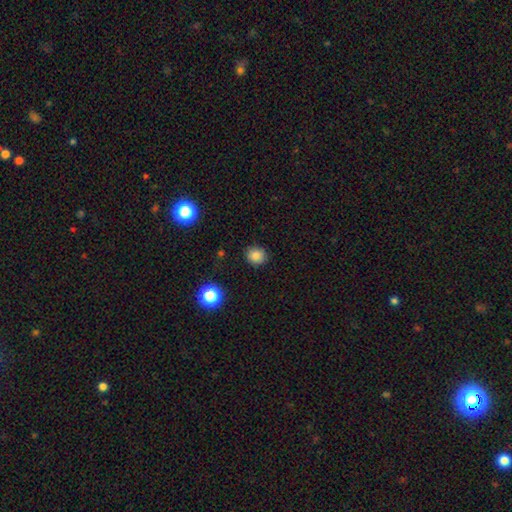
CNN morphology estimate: This appears to be a smooth galaxy with no disk features (82%) that is round (83%). Merging: none (88%).